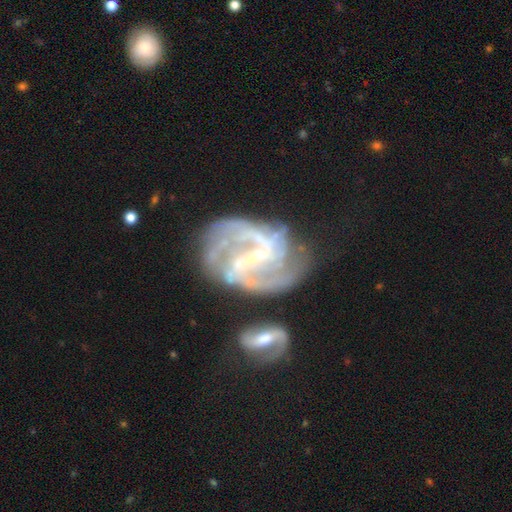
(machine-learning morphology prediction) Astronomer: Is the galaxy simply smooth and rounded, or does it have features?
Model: featured or disk — 87%.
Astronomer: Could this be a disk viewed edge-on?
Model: no — 97%.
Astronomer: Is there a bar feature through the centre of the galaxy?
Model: strong — 54% (runner-up: weak, 35%).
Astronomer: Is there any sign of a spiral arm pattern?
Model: yes — 91%.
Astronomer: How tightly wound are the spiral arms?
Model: medium — 46% (runner-up: tight, 29%).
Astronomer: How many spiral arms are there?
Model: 2 — 56%.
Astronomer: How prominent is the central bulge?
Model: small — 42% (runner-up: none, 37%).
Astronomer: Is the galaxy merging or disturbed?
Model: none — 49%.